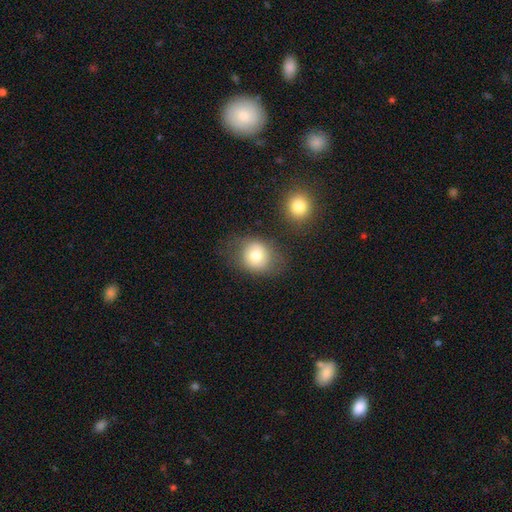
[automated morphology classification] A smooth galaxy with no disk features (75%) that is round (69%). Merging: none (66%).